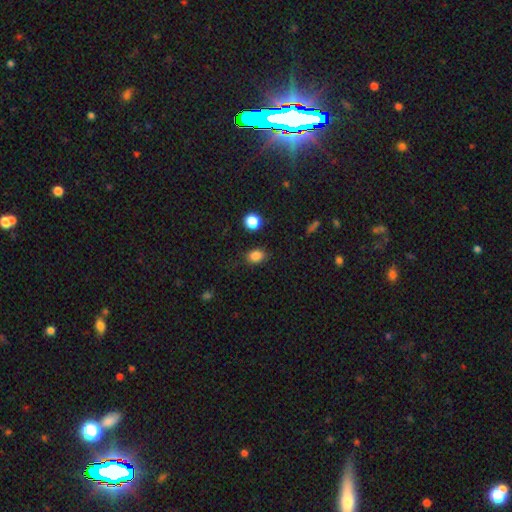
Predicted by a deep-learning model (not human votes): This appears to be a smooth galaxy with no disk features (84%) that is in between round and cigar-shaped (56%). Merging: none (82%).